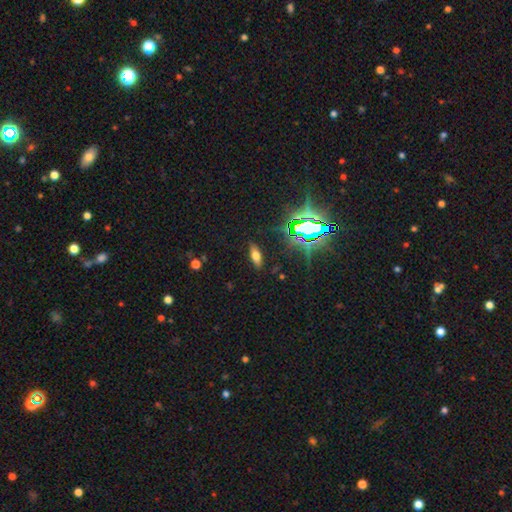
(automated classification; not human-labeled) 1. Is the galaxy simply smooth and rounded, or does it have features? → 54% smooth, 25% star or artifact, 21% featured or disk.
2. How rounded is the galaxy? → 69% in between, 26% cigar-shaped, 5% round.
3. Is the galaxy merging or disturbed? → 88% none, 8% minor disturbance, 2% major disturbance, 2% merger.